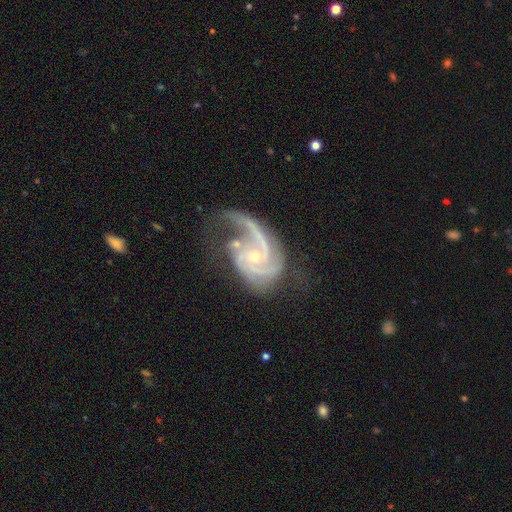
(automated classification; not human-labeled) A featured or disk galaxy (90%) with no bar (58%), 2 (42%) medium (53%) spiral arms (98%) and a small central bulge (73%).

Vote fractions:
- Smooth or featured? featured or disk: 90% / star or artifact: 5% / smooth: 4%
- Edge-on disk? no: 98% / yes: 2%
- Bar? no: 58% / weak: 33% / strong: 9%
- Spiral arms? yes: 98% / no: 2%
- Spiral winding? medium: 53% / tight: 24% / loose: 23%
- Spiral arm count? 2: 42% / 3: 27% / 1: 11% / can't tell: 10% / 4: 5% / more than 4: 5%
- Bulge size? small: 73% / moderate: 23% / none: 2% / large: 1% / dominant: 1%
- Merging? none: 36% / major disturbance: 35% / minor disturbance: 22% / merger: 7%